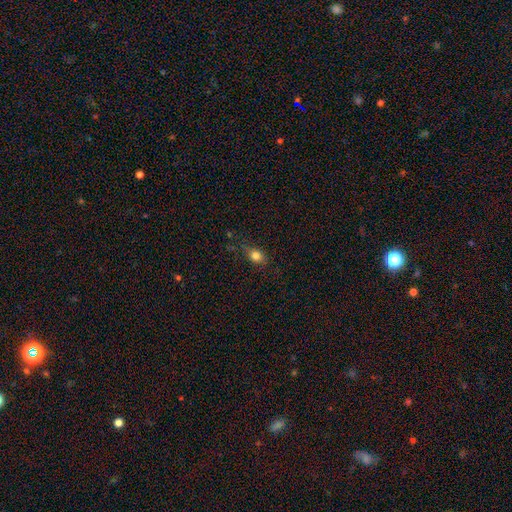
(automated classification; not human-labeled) Smooth or featured? smooth (81%)
How rounded? in between (56%)
Merging? none (68%)